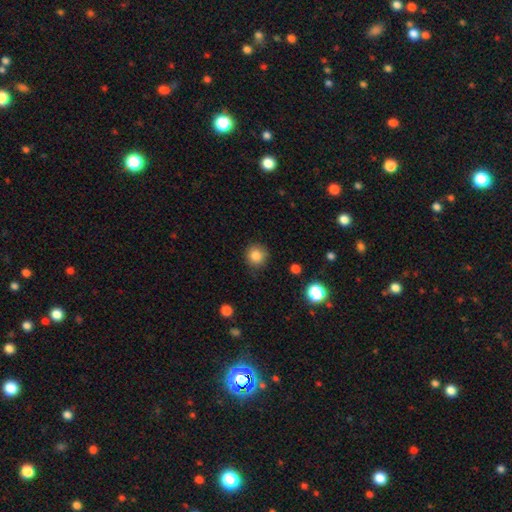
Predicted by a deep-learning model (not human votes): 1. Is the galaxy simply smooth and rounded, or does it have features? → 84% smooth, 11% star or artifact, 5% featured or disk.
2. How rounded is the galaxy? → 92% round, 7% in between, 1% cigar-shaped.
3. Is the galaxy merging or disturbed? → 88% none, 9% minor disturbance, 2% major disturbance, 1% merger.